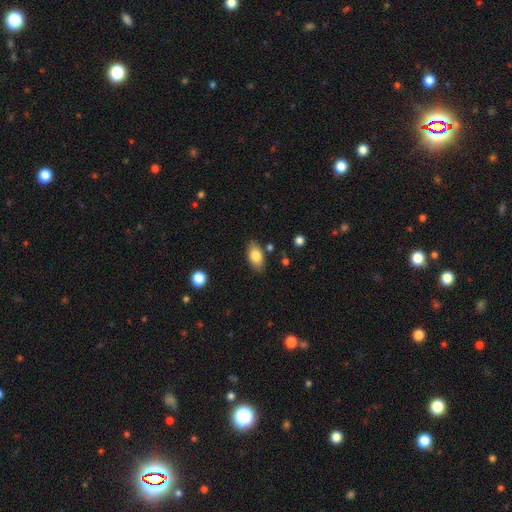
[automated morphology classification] smooth 81%, featured or disk 12%, star or artifact 7%. Down the decision tree: how rounded — in between (91%); merging — none (81%).